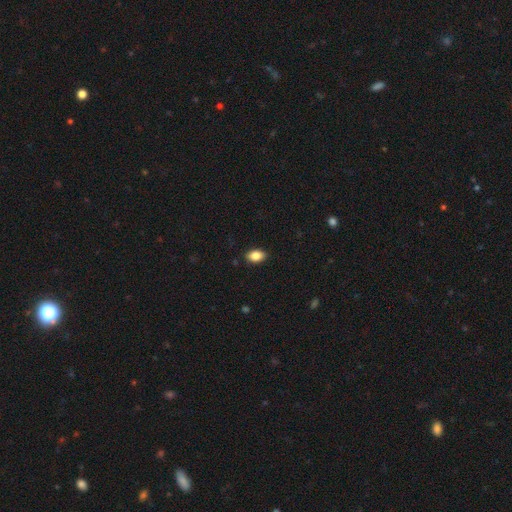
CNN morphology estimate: This is clearly a smooth galaxy (86%). How rounded: clearly in between (88%). Merging: clearly none (87%).